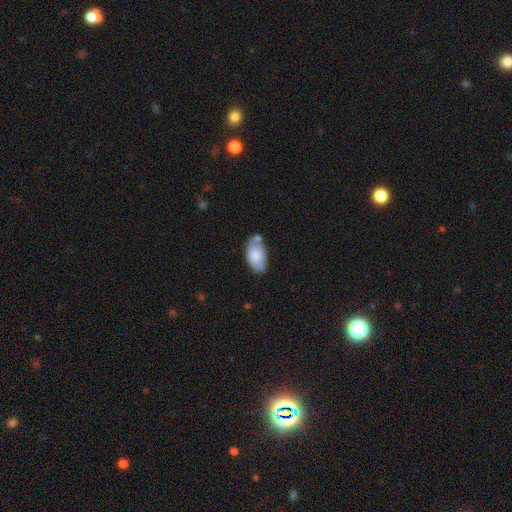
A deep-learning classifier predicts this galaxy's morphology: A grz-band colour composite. It shows a smooth galaxy with no disk features (78%) that is in between round and cigar-shaped (94%). Merging: none (57%).